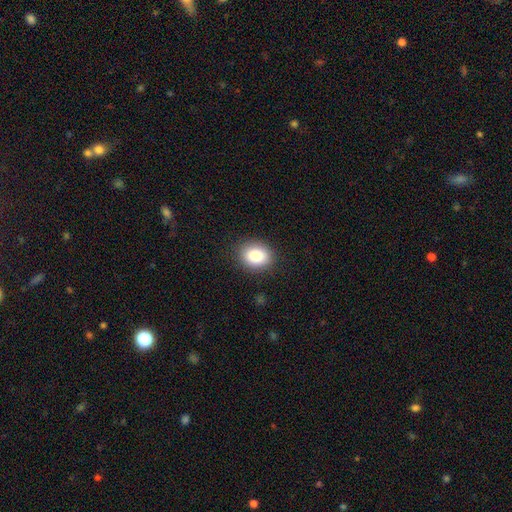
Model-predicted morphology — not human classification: smooth_or_featured: smooth (p=0.85) [alt: star or artifact p=0.09]
how_rounded: in between (p=0.53) [alt: round p=0.47]
merging: none (p=0.87) [alt: minor disturbance p=0.09]